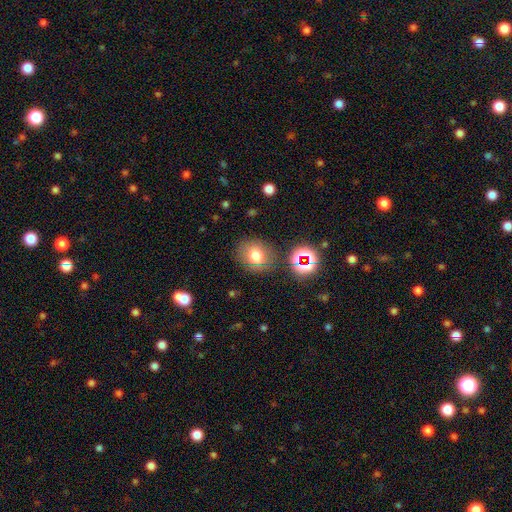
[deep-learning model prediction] This is likely a smooth galaxy (69%). How rounded: likely round (70%). Merging: likely none (78%).